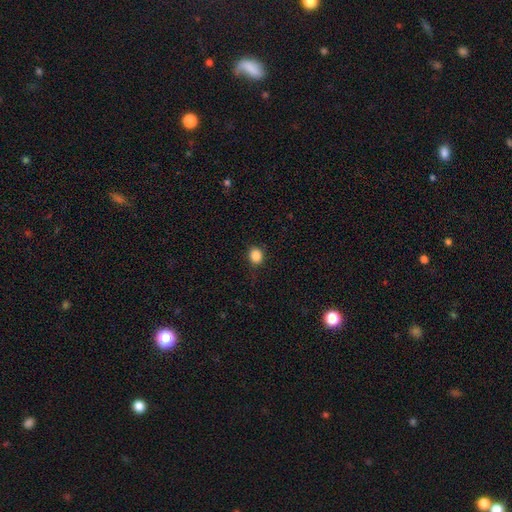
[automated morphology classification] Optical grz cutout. It shows a smooth galaxy with no disk features (87%) that is round (70%). Merging: none (87%).